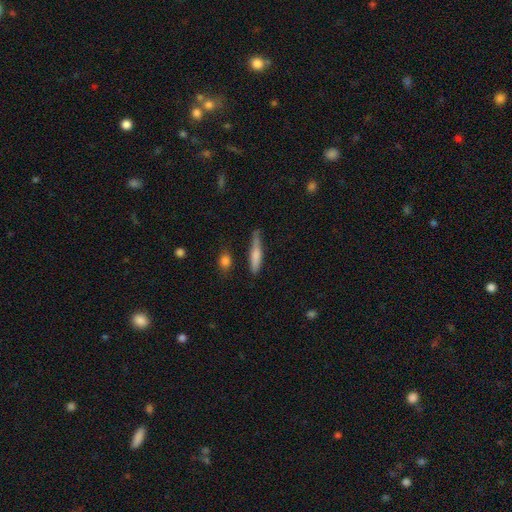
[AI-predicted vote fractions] Q: Smooth or featured?
A: smooth (70%); runner-up: featured or disk (24%)
Q: How rounded?
A: cigar-shaped (85%); runner-up: in between (13%)
Q: Merging?
A: none (61%); runner-up: minor disturbance (27%)